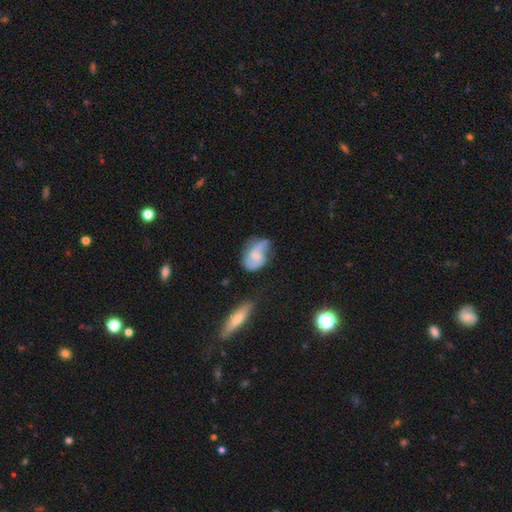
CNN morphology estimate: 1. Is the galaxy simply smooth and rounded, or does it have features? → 53% featured or disk, 39% smooth, 8% star or artifact.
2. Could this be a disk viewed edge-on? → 96% no, 4% yes.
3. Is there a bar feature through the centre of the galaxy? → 61% no, 33% weak, 6% strong.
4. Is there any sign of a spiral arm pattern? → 79% yes, 21% no.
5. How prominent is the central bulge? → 47% small, 27% moderate, 22% none, 3% large, 1% dominant.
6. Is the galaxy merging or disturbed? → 37% none, 32% minor disturbance, 22% major disturbance, 9% merger.